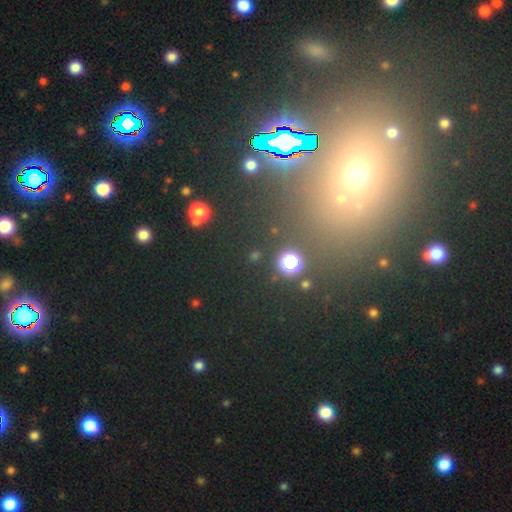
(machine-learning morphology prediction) Smooth or featured? smooth (48%)
Merging? none (86%)